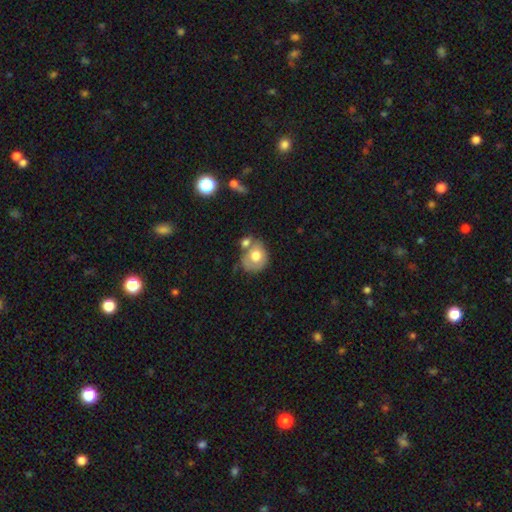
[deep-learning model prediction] Smooth or featured? smooth (67%)
How rounded? round (66%)
Merging? none (37%)